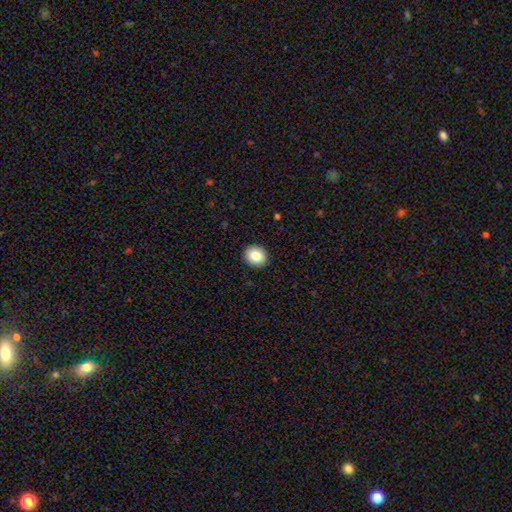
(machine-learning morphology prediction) type=smooth (86%); roundness=round (71%); merging=none (92%).